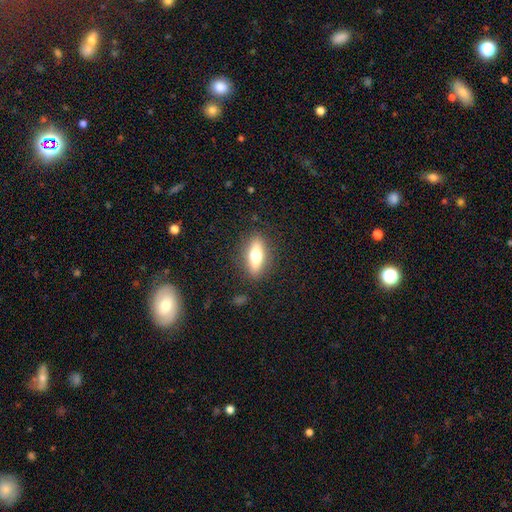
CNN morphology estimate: The model was most divided on "how rounded": in between: 60%, cigar-shaped: 35%, round: 5%. More confident: merging — none (86%); smooth or featured — smooth (60%).